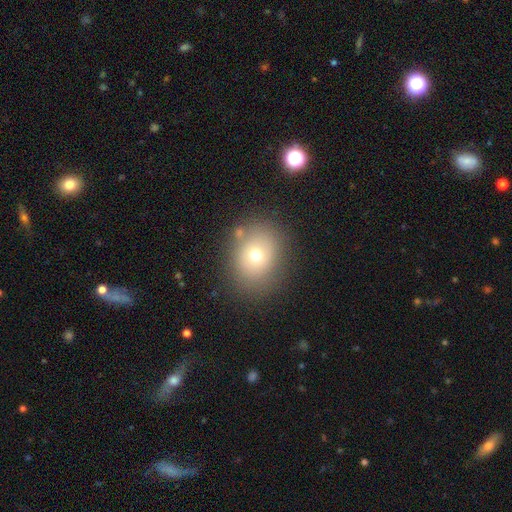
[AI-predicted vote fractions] This is likely a smooth galaxy (68%). How rounded: possibly round (55%). Merging: likely none (79%).